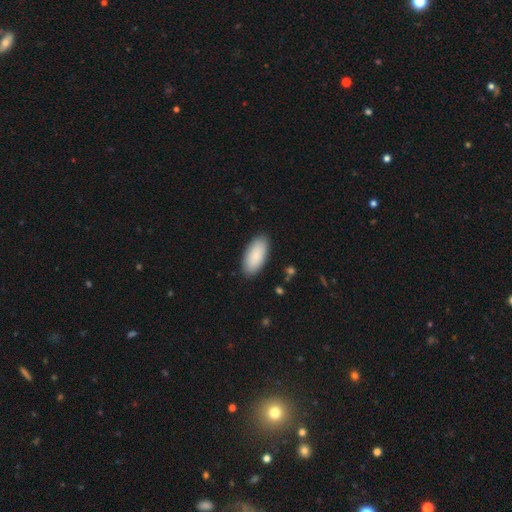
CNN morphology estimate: This appears to be a smooth galaxy with no disk features (89%) that is in between round and cigar-shaped (91%). Merging: none (88%).